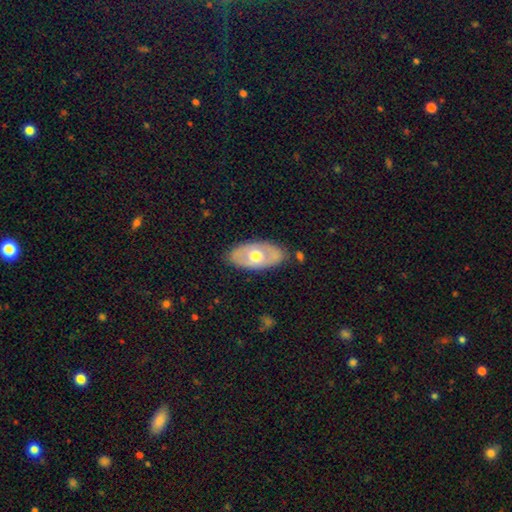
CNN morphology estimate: featured or disk 50%, smooth 45%, star or artifact 5%. Down the decision tree: edge-on disk — no (83%); merging — none (81%).